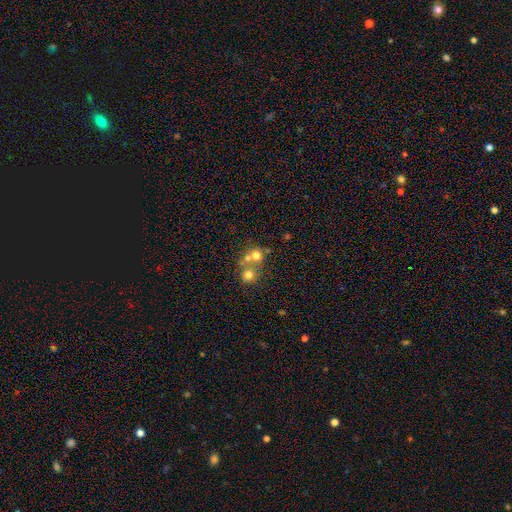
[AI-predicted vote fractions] smooth_or_featured: smooth (p=0.64) [alt: featured or disk p=0.18]
how_rounded: round (p=0.84) [alt: in between p=0.15]
merging: merger (p=0.53) [alt: none p=0.39]